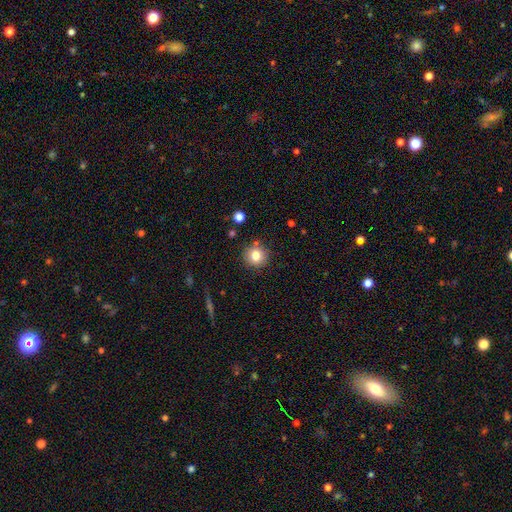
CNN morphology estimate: A smooth galaxy with no disk features (80%) that is round (92%). Merging: none (84%).